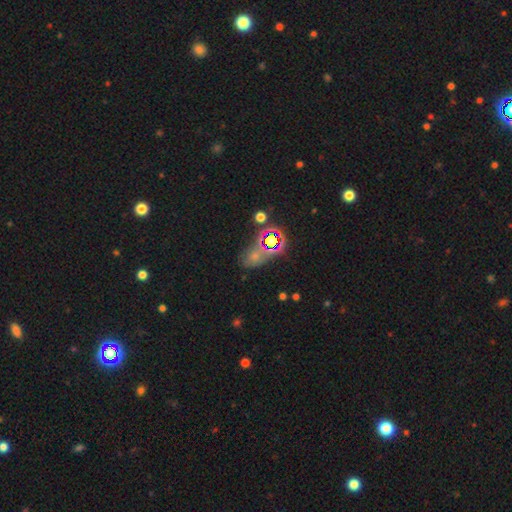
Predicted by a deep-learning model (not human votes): Smooth or featured: smooth — 45% (star or artifact — 40%)
Merging: none — 52% (minor disturbance — 18%)